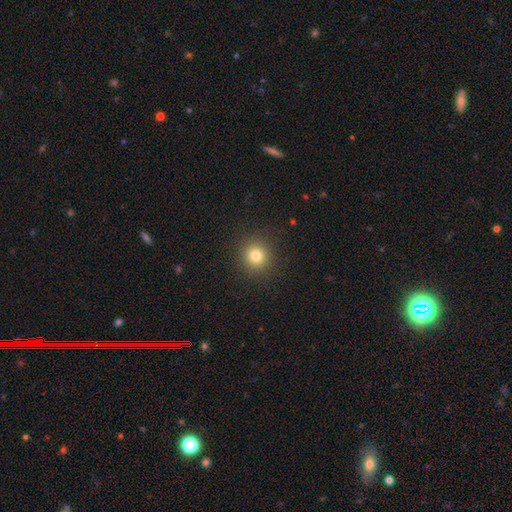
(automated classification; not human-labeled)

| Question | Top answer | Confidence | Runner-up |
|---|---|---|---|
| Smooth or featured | smooth | 80% | star or artifact (14%) |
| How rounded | round | 91% | in between (9%) |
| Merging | none | 90% | minor disturbance (6%) |